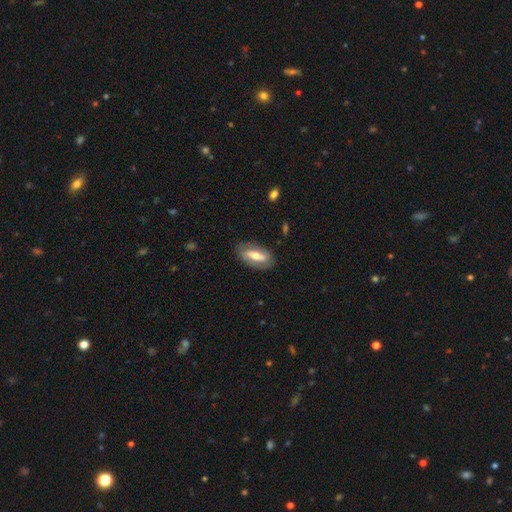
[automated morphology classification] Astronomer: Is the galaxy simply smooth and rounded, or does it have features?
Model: featured or disk — 57% (runner-up: smooth, 37%).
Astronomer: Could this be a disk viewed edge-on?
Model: no — 84%.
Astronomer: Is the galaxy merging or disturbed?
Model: none — 81%.